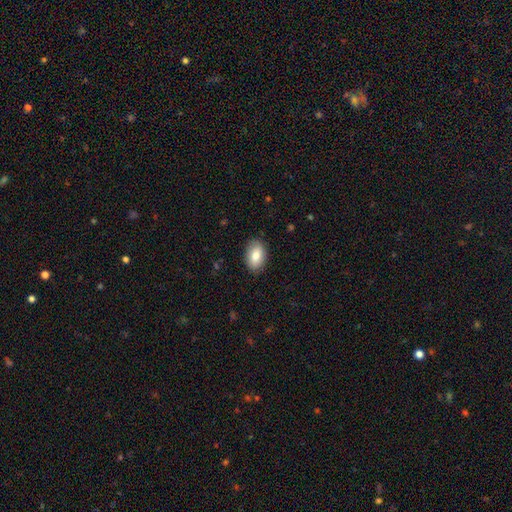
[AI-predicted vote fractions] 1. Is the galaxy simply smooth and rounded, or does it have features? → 82% smooth, 12% featured or disk, 6% star or artifact.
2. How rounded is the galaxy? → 92% in between, 7% round, 2% cigar-shaped.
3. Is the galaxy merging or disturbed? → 87% none, 10% minor disturbance, 2% major disturbance, 1% merger.